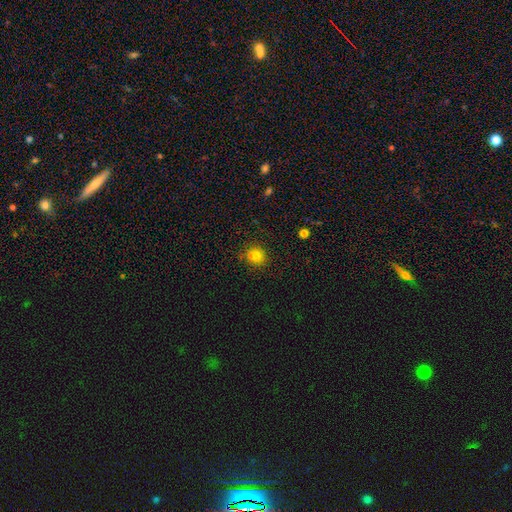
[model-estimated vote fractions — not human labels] Smooth or featured: smooth — 78% (star or artifact — 15%)
How rounded: round — 81% (in between — 18%)
Merging: none — 73% (minor disturbance — 12%)